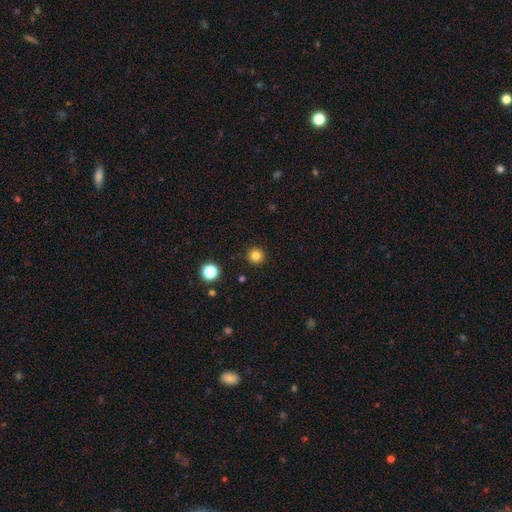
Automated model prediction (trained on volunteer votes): Morphology: type=smooth (82%); roundness=round (96%); merging=none (92%).